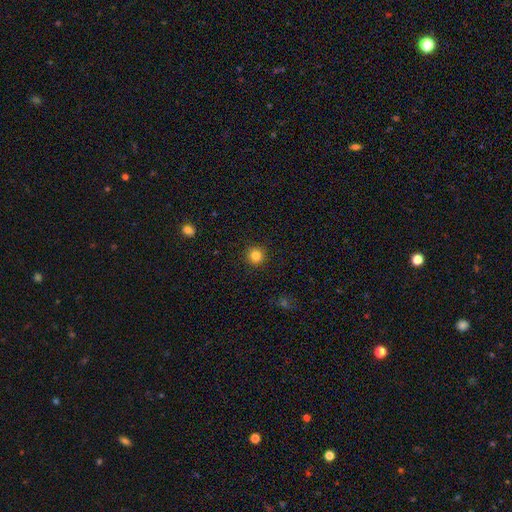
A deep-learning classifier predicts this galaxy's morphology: smooth_or_featured: smooth (p=0.83) [alt: star or artifact p=0.12]
how_rounded: round (p=0.95) [alt: in between p=0.04]
merging: none (p=0.92) [alt: minor disturbance p=0.05]